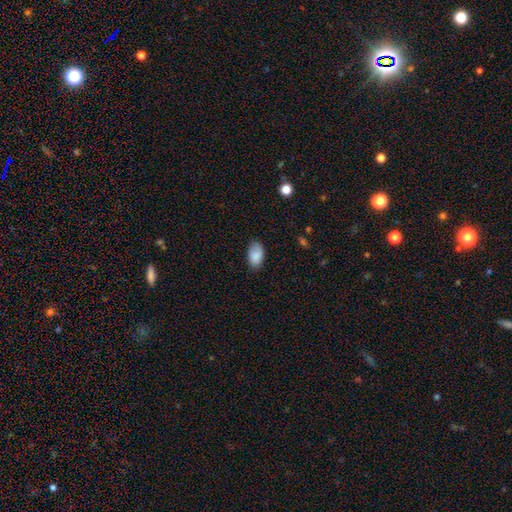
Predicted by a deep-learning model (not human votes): Smooth or featured?
  - smooth: 85% *
  - star or artifact: 7%
  - featured or disk: 7%
How rounded?
  - in between: 93% *
  - round: 5%
  - cigar-shaped: 2%
Merging?
  - none: 73% *
  - minor disturbance: 22%
  - major disturbance: 4%
  - merger: 1%